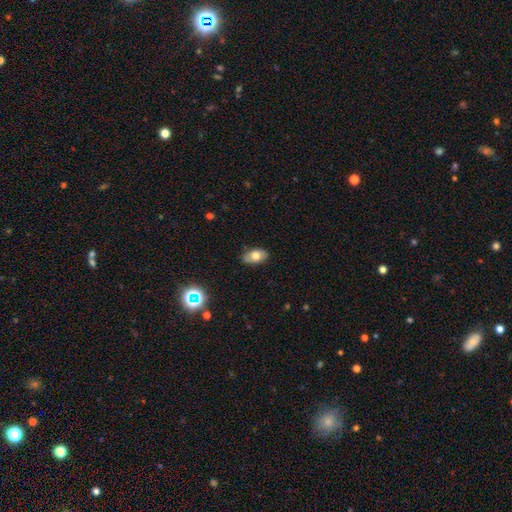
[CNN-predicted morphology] type=smooth (71%); roundness=in between (90%); merging=none (82%).